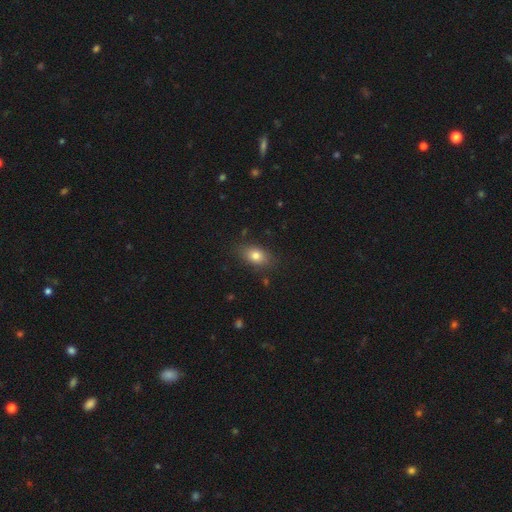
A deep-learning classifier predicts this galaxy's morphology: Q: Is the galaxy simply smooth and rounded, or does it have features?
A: smooth — 79%.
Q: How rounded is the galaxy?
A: in between — 82%.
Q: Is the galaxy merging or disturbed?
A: none — 83%.